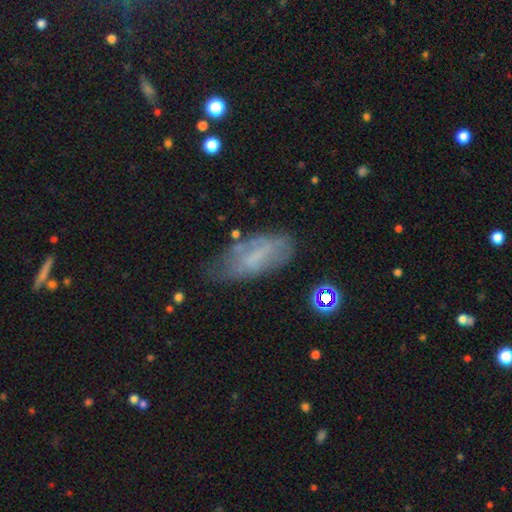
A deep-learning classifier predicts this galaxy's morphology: Overall: smooth (50%; featured or disk 39%). How rounded: in between (77%). Merging: none (54%; minor disturbance 30%).